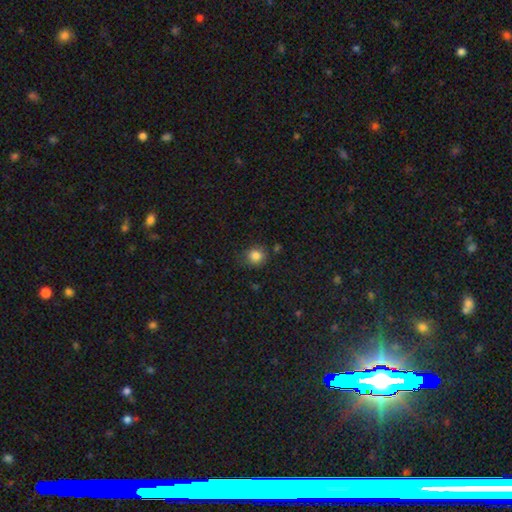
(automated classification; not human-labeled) Smooth or featured: smooth — 84% (star or artifact — 12%)
How rounded: round — 87% (in between — 12%)
Merging: none — 81% (minor disturbance — 13%)